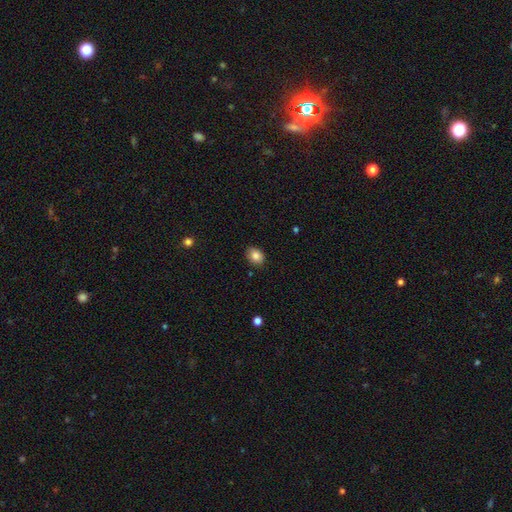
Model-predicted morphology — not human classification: Smooth or featured? Predicted: smooth (p=0.86). How rounded? Predicted: in between (p=0.61). Merging? Predicted: none (p=0.86).